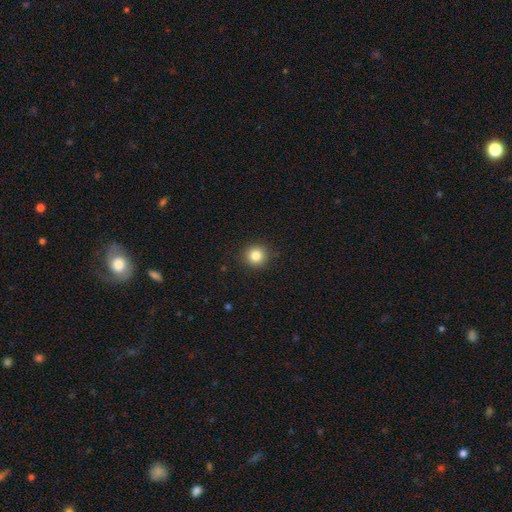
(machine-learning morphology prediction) Smooth or featured: smooth — 83% (star or artifact — 11%)
How rounded: round — 93% (in between — 6%)
Merging: none — 91% (minor disturbance — 6%)